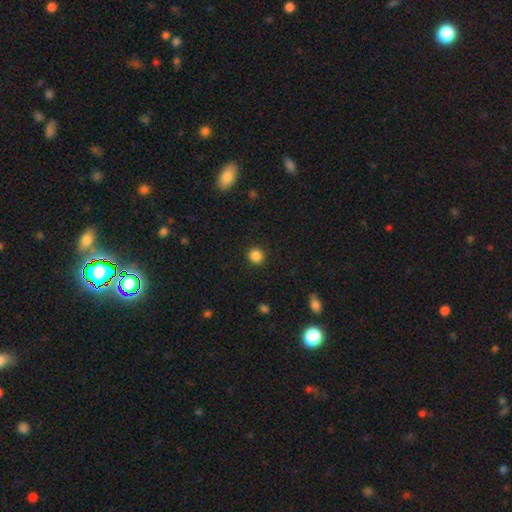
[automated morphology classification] smooth-or-featured: smooth: 86% | star or artifact: 11% | featured or disk: 3%
  how-rounded: round: 93% | in between: 6% | cigar-shaped: 1%
  merging: none: 92% | minor disturbance: 5% | major disturbance: 2% | merger: 1%